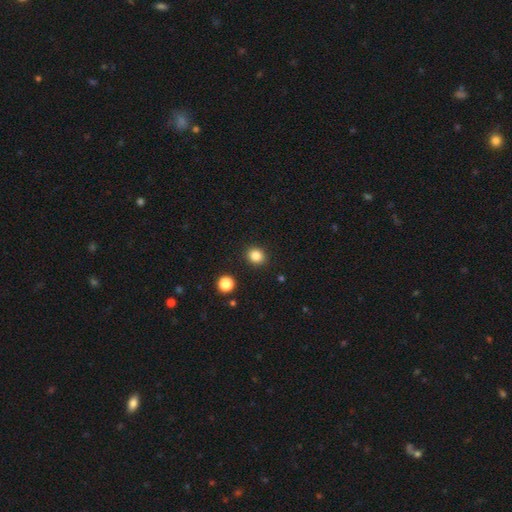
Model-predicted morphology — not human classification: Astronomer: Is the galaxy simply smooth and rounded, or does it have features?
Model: smooth — 84%.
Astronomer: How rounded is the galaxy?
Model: round — 71%.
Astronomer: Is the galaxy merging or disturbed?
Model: none — 90%.